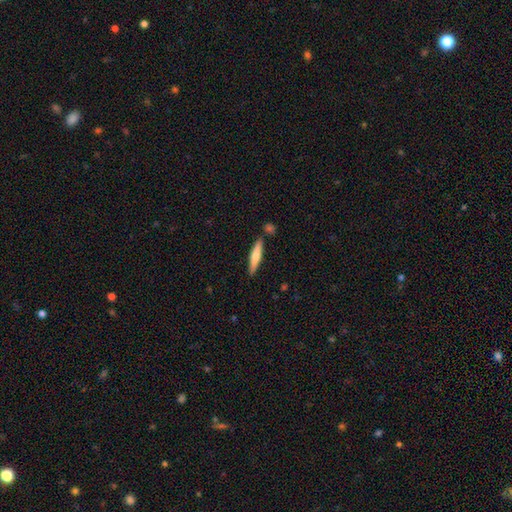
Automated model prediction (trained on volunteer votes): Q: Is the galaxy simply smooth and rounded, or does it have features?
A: smooth — 64%.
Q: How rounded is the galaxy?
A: cigar-shaped — 87%.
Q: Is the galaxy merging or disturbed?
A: none — 84%.